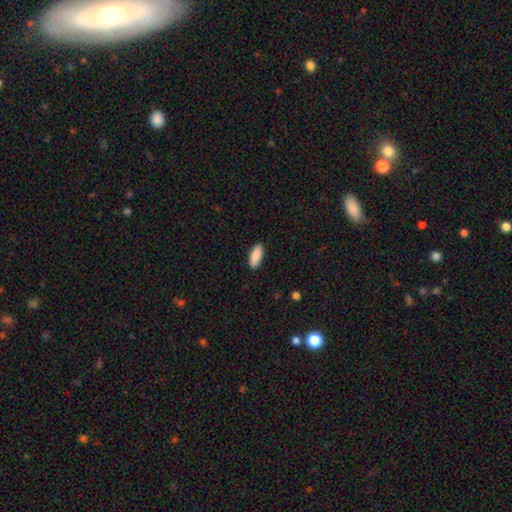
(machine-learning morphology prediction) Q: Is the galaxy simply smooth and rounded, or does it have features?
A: smooth — 90%.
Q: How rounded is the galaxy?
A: in between — 85%.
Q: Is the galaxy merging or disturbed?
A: none — 89%.